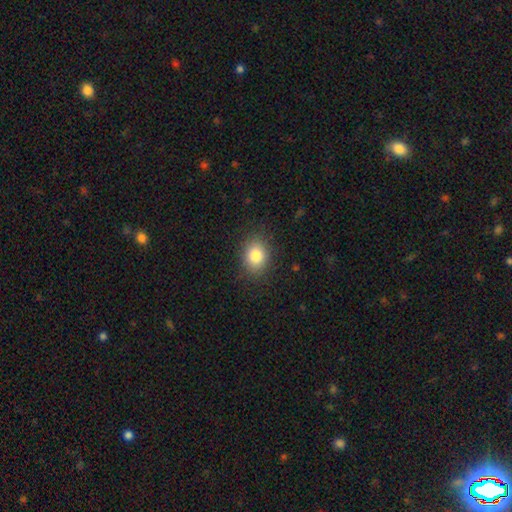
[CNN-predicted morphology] smooth-or-featured: smooth: 83% | star or artifact: 10% | featured or disk: 7%
  how-rounded: in between: 54% | round: 45% | cigar-shaped: 1%
  merging: none: 87% | minor disturbance: 9% | major disturbance: 3% | merger: 1%